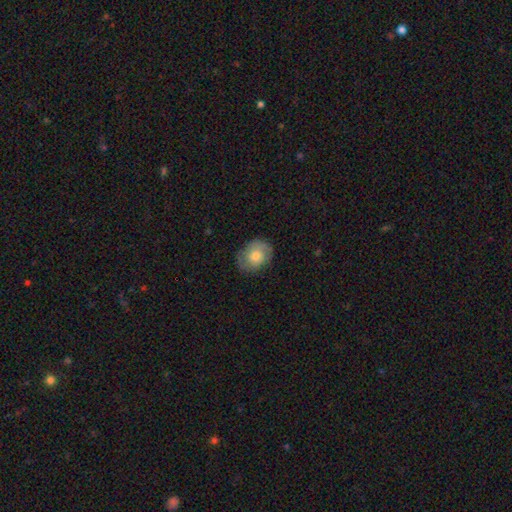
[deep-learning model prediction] This appears to be a smooth galaxy with no disk features (63%) that is in between round and cigar-shaped (55%). Merging: none (76%).